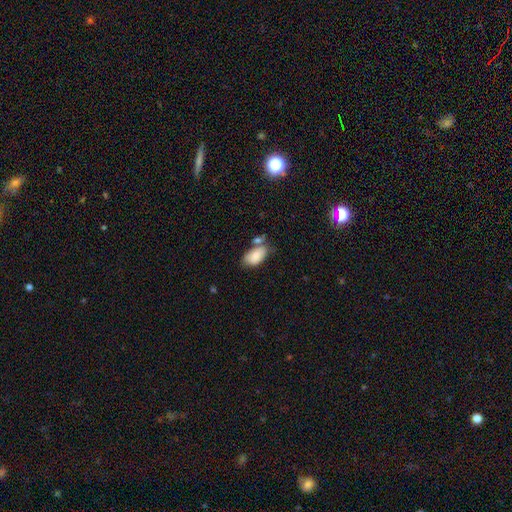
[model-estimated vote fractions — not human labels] This appears to be a smooth galaxy with no disk features (83%) that is in between round and cigar-shaped (94%). Merging: none (48%).